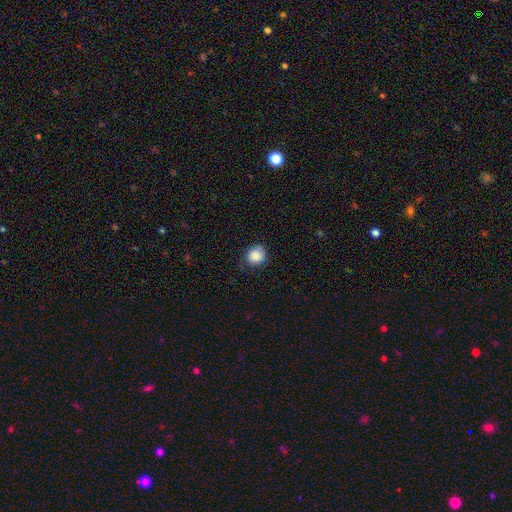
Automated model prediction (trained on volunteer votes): A smooth galaxy with no disk features (86%) that is round (79%). Merging: none (73%).